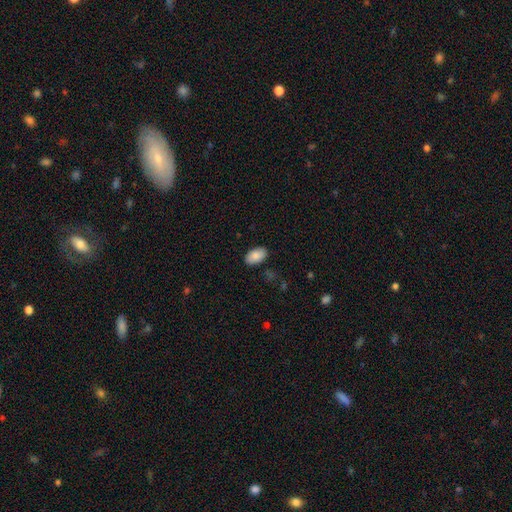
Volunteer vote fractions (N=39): Volunteers were most divided on "how rounded": in between: 83%, round: 14%, cigar-shaped: 3%. More confident: smooth or featured — smooth (90%); merging — none (87%).